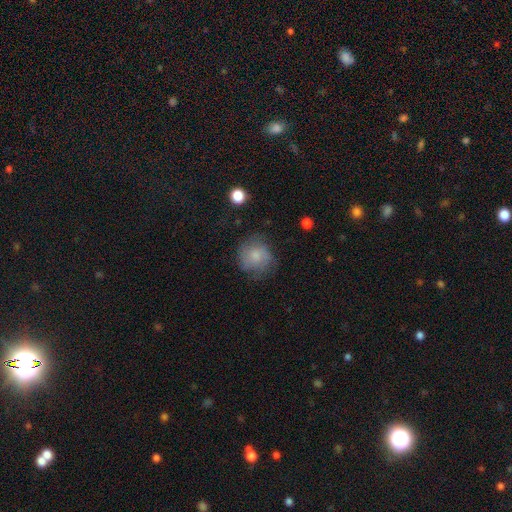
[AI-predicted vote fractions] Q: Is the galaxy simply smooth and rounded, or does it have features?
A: smooth — 71%.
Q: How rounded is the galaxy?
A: round — 86%.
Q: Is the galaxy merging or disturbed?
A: none — 64%.